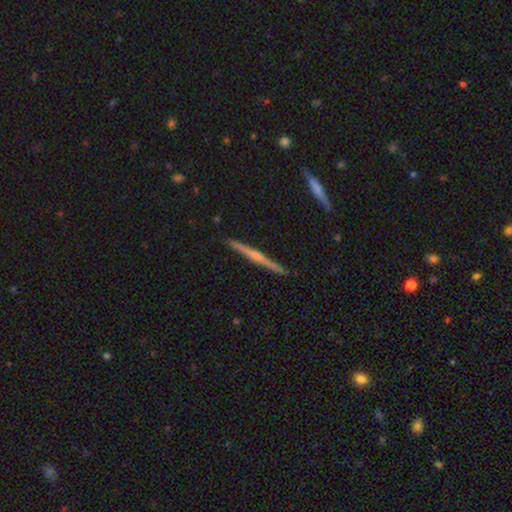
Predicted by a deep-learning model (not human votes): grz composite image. It shows a featured or disk galaxy (75%) viewed edge-on (98%) with a rounded central bulge (73%). Merging: none (92%).